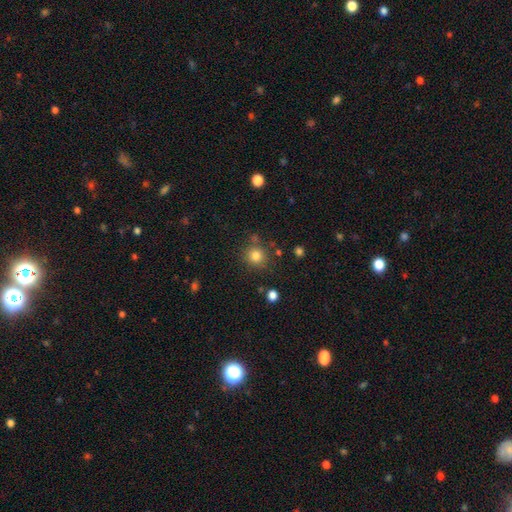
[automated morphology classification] Smooth or featured: smooth — 81% (star or artifact — 13%)
How rounded: round — 91% (in between — 8%)
Merging: none — 80% (minor disturbance — 10%)